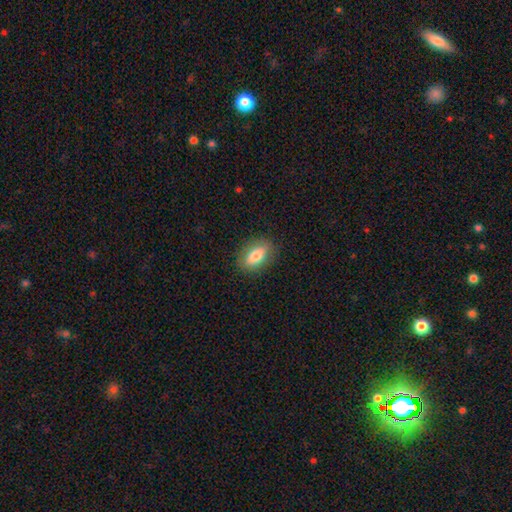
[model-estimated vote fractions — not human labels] Smooth or featured: smooth — 75% (featured or disk — 18%)
How rounded: in between — 88% (round — 7%)
Merging: none — 85% (minor disturbance — 11%)